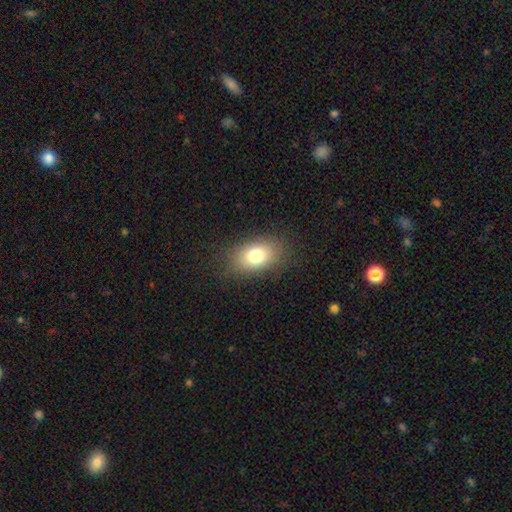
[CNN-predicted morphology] Overall: smooth (76%). How rounded: in between (84%). Merging: none (82%).